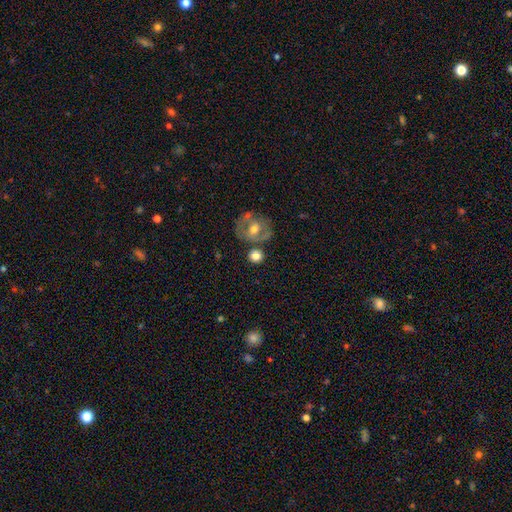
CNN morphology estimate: Smooth or featured?
  - smooth: 73% *
  - featured or disk: 18%
  - star or artifact: 9%
How rounded?
  - round: 84% *
  - in between: 15%
  - cigar-shaped: 1%
Merging?
  - none: 68% *
  - merger: 17%
  - minor disturbance: 11%
  - major disturbance: 4%